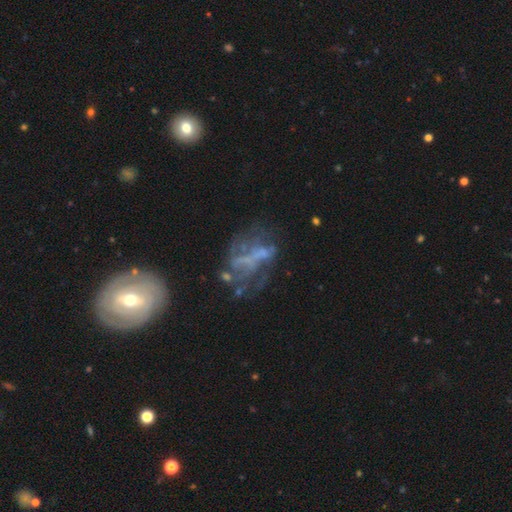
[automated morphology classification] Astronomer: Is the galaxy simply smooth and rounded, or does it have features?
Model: featured or disk — 62%.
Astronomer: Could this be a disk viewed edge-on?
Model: no — 96%.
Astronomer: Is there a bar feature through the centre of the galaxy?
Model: no — 69%.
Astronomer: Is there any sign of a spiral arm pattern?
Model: no — 74%.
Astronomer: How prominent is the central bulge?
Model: none — 71%.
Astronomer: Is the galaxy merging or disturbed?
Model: none — 39% (runner-up: major disturbance, 32%).